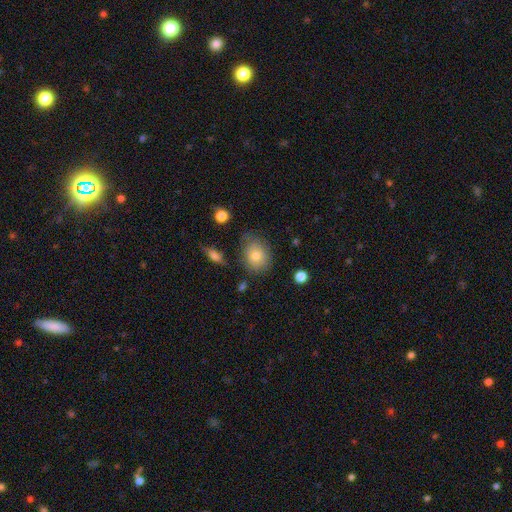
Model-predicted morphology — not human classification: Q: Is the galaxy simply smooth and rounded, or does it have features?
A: smooth — 75%.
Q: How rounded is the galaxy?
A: round — 50%.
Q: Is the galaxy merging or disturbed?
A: none — 67%.